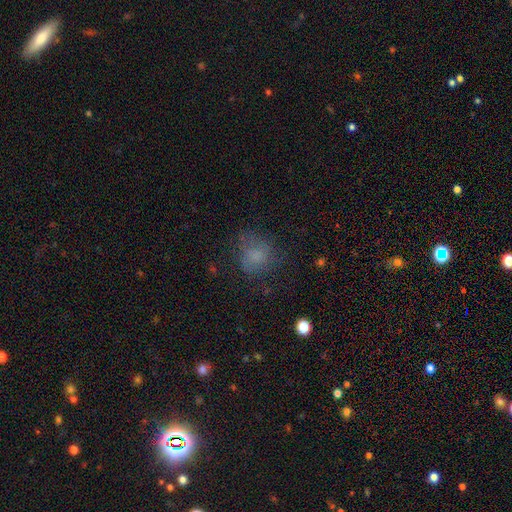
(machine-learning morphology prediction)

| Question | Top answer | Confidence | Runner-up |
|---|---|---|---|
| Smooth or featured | smooth | 69% | featured or disk (17%) |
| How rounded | round | 74% | in between (25%) |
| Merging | none | 60% | minor disturbance (22%) |